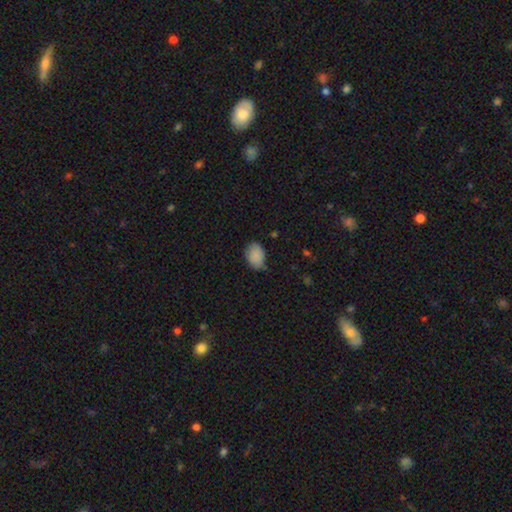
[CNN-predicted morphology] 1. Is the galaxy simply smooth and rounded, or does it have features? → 88% smooth, 8% star or artifact, 4% featured or disk.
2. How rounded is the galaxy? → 79% in between, 20% round, 1% cigar-shaped.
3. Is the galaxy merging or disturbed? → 74% none, 22% minor disturbance, 3% major disturbance, 1% merger.